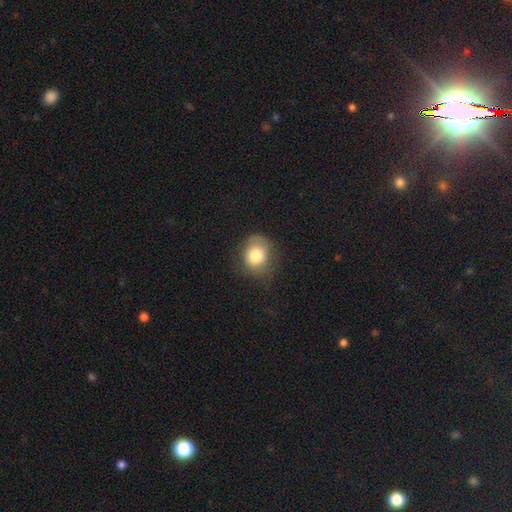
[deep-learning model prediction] Smooth or featured: smooth — 78% (featured or disk — 13%)
How rounded: round — 67% (in between — 32%)
Merging: none — 61% (minor disturbance — 26%)